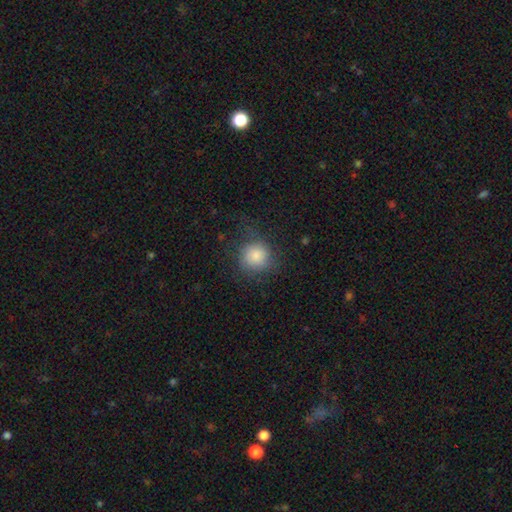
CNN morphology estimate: Smooth or featured: smooth — 82% (featured or disk — 9%)
How rounded: round — 89% (in between — 10%)
Merging: none — 66% (minor disturbance — 19%)